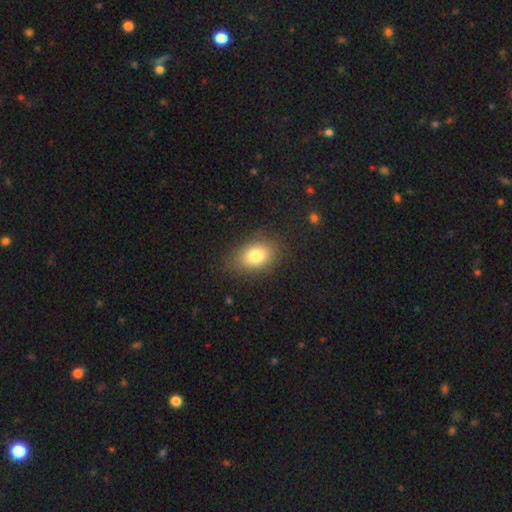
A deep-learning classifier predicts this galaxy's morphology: Smooth or featured?
  - smooth: 80% *
  - featured or disk: 10%
  - star or artifact: 10%
How rounded?
  - in between: 79% *
  - round: 20%
  - cigar-shaped: 1%
Merging?
  - none: 81% *
  - minor disturbance: 13%
  - major disturbance: 4%
  - merger: 1%